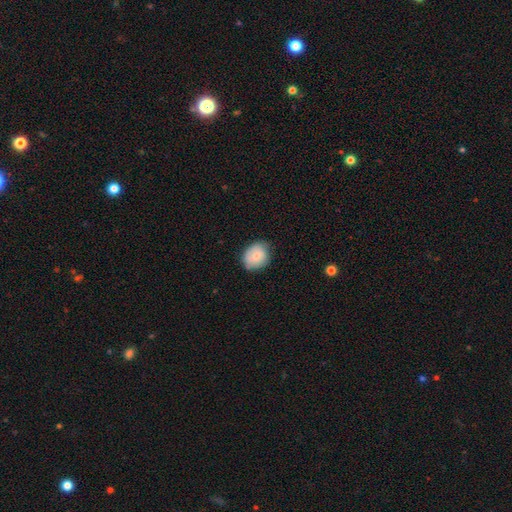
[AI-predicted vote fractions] smooth_or_featured: smooth (p=0.72) [alt: featured or disk p=0.21]
how_rounded: round (p=0.61) [alt: in between p=0.38]
merging: none (p=0.67) [alt: minor disturbance p=0.27]